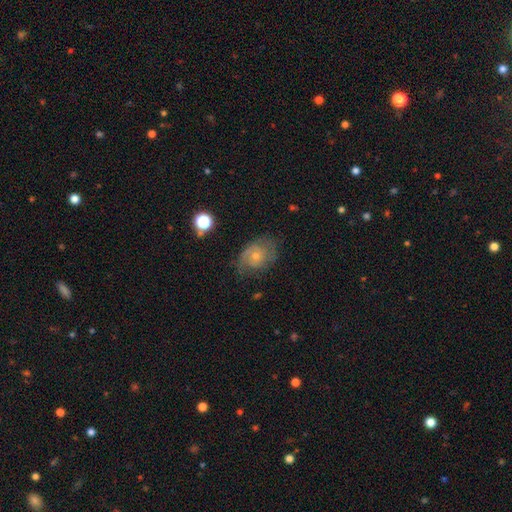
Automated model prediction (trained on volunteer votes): smooth_or_featured: featured or disk (p=0.58) [alt: smooth p=0.32]
disk_edge_on: no (p=0.96) [alt: yes p=0.04]
bar: no (p=0.81) [alt: weak p=0.17]
has_spiral_arms: yes (p=0.81) [alt: no p=0.19]
bulge_size: small (p=0.64) [alt: moderate p=0.30]
merging: none (p=0.60) [alt: minor disturbance p=0.25]